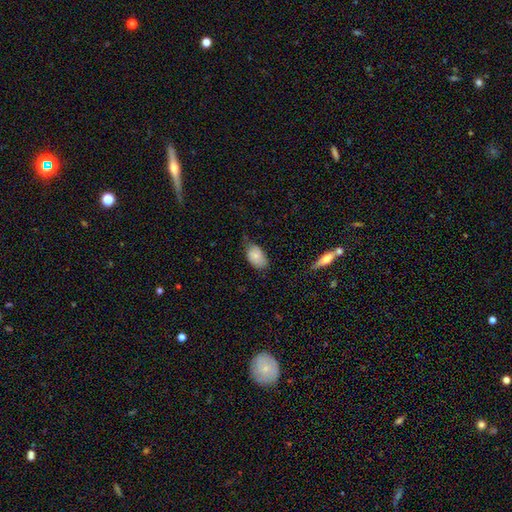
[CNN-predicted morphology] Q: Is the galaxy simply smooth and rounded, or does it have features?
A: smooth — 75%.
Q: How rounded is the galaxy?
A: in between — 91%.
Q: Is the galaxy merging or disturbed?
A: none — 48%.